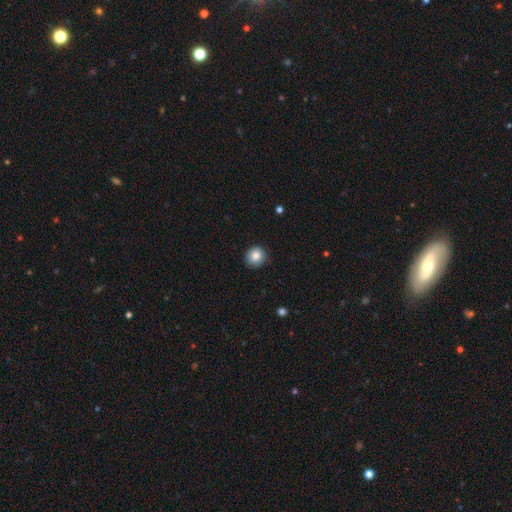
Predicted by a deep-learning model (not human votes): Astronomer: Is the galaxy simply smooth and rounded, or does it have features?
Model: smooth — 85%.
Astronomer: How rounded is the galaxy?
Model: round — 90%.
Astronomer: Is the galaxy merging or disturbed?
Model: none — 88%.